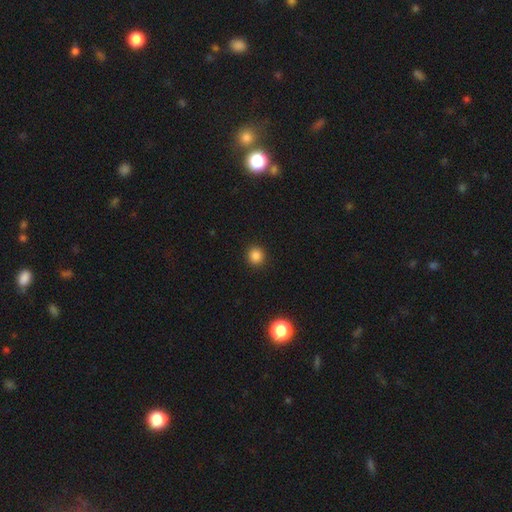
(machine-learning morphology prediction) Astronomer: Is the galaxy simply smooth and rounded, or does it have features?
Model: smooth — 84%.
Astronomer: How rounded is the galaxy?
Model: round — 90%.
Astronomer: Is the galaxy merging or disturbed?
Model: none — 92%.